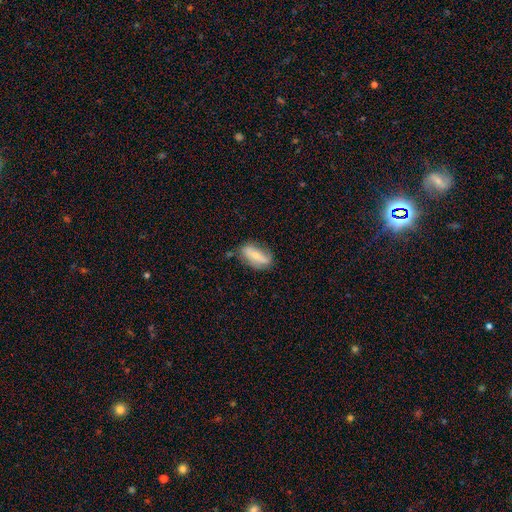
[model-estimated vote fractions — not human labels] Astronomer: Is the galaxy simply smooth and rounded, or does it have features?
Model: smooth — 53% (runner-up: featured or disk, 39%).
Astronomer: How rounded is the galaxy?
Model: in between — 77%.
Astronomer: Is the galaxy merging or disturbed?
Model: none — 64%.